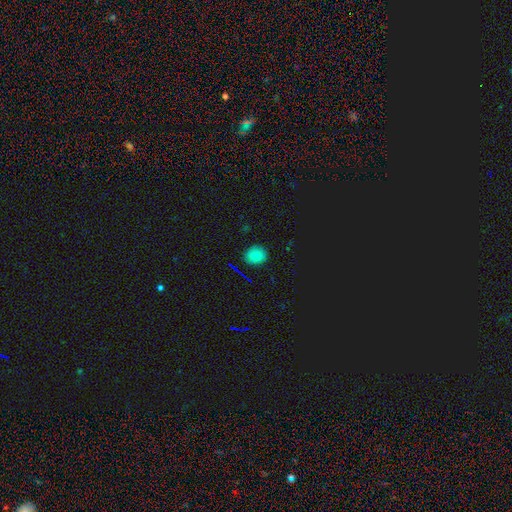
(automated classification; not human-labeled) The model was most divided on "how rounded": round: 73%, in between: 26%, cigar-shaped: 1%. More confident: merging — none (86%); smooth or featured — smooth (77%).